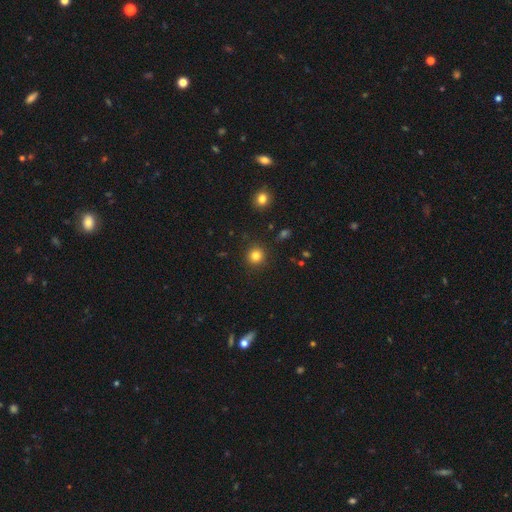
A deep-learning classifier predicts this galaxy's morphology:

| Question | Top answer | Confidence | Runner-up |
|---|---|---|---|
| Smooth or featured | smooth | 82% | star or artifact (13%) |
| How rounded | round | 93% | in between (6%) |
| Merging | none | 91% | minor disturbance (6%) |